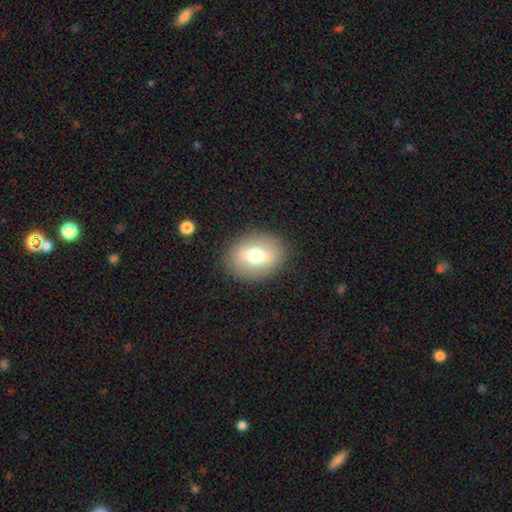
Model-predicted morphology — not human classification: smooth 62%, featured or disk 28%, star or artifact 10%. Down the decision tree: how rounded — in between (56%); merging — none (87%).